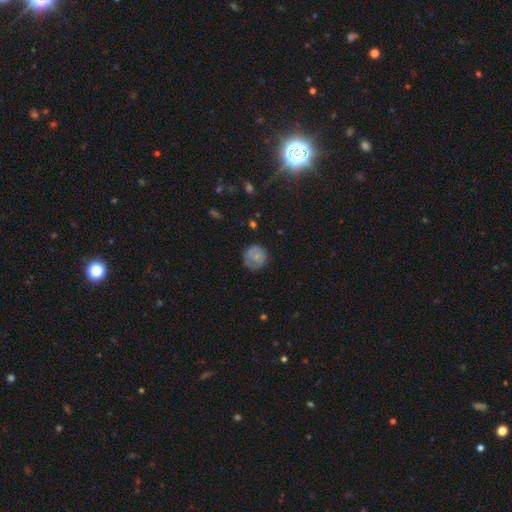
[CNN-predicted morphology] smooth 65%, featured or disk 26%, star or artifact 9%. Down the decision tree: how rounded — round (89%); merging — none (70%).